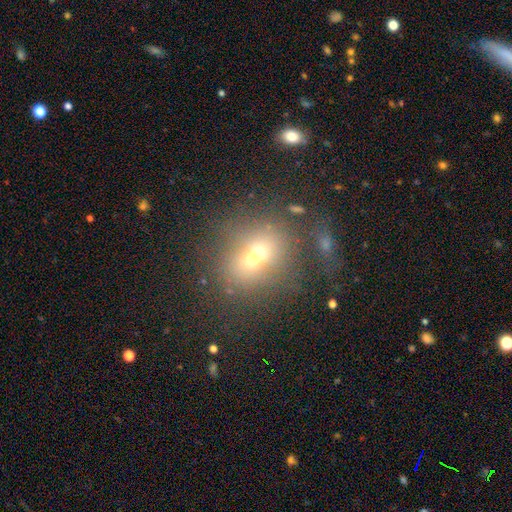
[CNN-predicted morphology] This is likely a smooth galaxy (64%). How rounded: possibly in between (53%). Merging: likely none (72%).